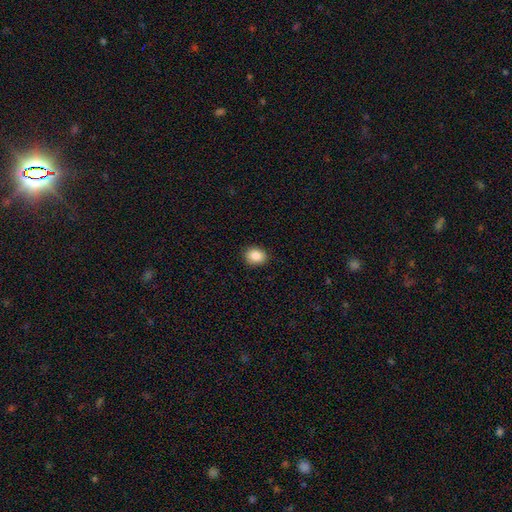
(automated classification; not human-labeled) Smooth or featured: smooth — 86% (star or artifact — 9%)
How rounded: round — 57% (in between — 42%)
Merging: none — 90% (minor disturbance — 7%)